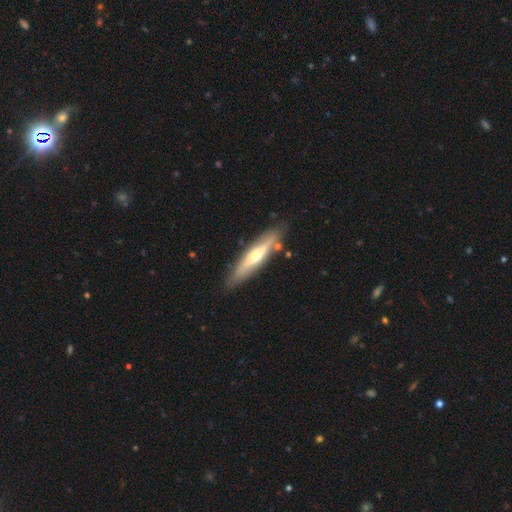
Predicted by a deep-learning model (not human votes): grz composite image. It shows a featured or disk galaxy (62%) viewed edge-on (81%). Merging: none (82%).